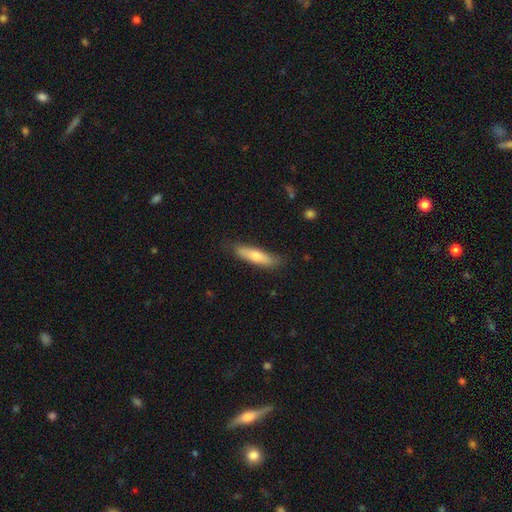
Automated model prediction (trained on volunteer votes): smooth_or_featured: smooth (p=0.70) [alt: featured or disk p=0.25]
how_rounded: cigar-shaped (p=0.77) [alt: in between p=0.22]
merging: none (p=0.81) [alt: minor disturbance p=0.15]